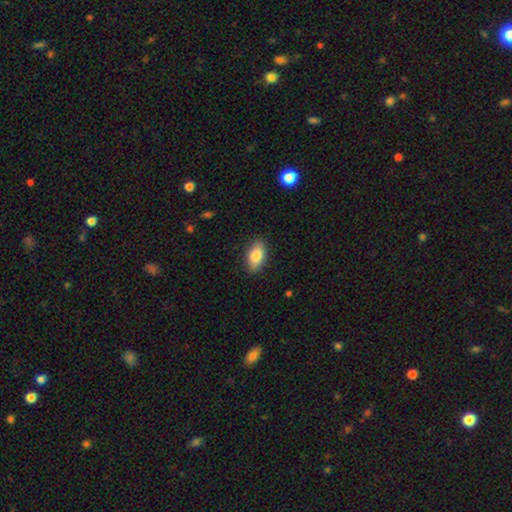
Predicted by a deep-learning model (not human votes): A smooth galaxy with no disk features (84%) that is in between round and cigar-shaped (90%). Merging: none (86%).